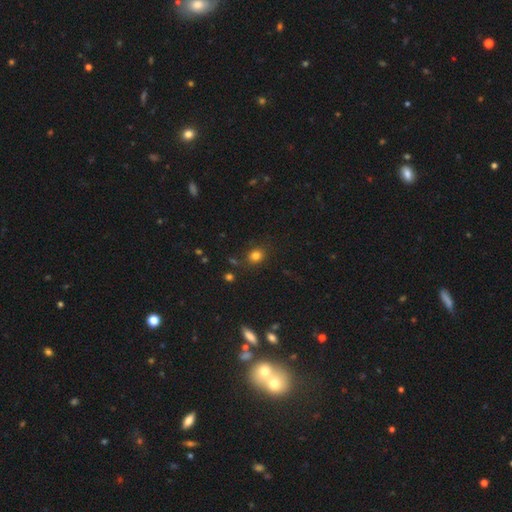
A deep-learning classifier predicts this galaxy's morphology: A smooth galaxy with no disk features (80%) that is round (70%).

Vote fractions:
- Smooth or featured? smooth: 80% / star or artifact: 15% / featured or disk: 6%
- How rounded? round: 70% / in between: 29% / cigar-shaped: 1%
- Merging? none: 83% / minor disturbance: 11% / major disturbance: 4% / merger: 3%